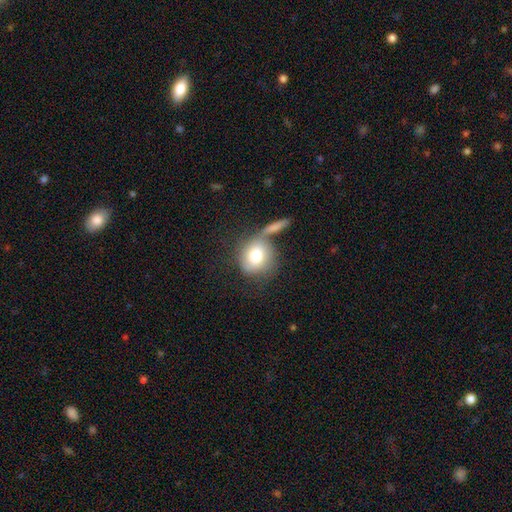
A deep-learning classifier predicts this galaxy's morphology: Q: Smooth or featured?
A: smooth (76%); runner-up: featured or disk (16%)
Q: How rounded?
A: round (82%); runner-up: in between (17%)
Q: Merging?
A: none (49%); runner-up: merger (27%)